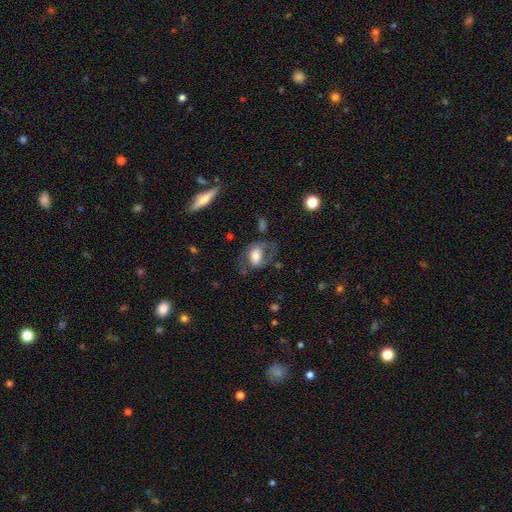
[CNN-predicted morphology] smooth 54%, featured or disk 38%, star or artifact 8%. Down the decision tree: how rounded — in between (75%); merging — none (47%).